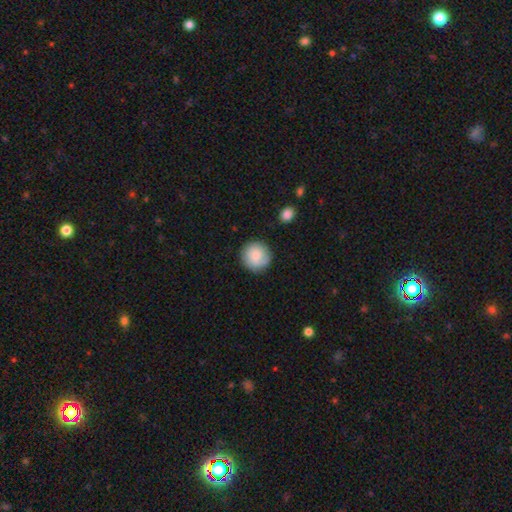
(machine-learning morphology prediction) This appears to be a smooth galaxy with no disk features (79%) that is round (94%). Merging: none (84%).